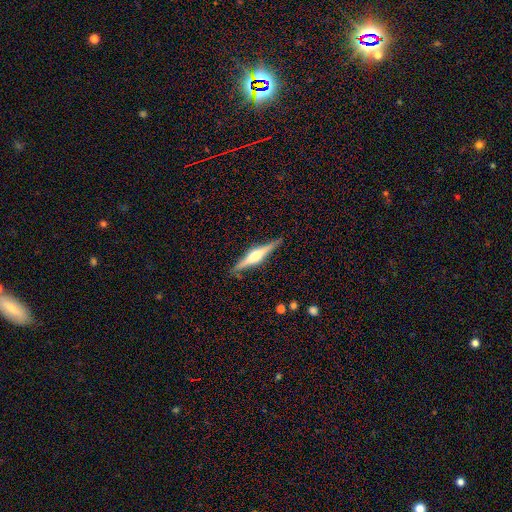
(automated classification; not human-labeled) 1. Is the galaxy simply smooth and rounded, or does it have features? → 76% featured or disk, 19% smooth, 5% star or artifact.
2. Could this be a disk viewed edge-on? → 98% yes, 2% no.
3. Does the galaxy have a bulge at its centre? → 76% rounded, 19% boxy, 5% none.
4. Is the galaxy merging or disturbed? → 88% none, 9% minor disturbance, 2% major disturbance, 1% merger.